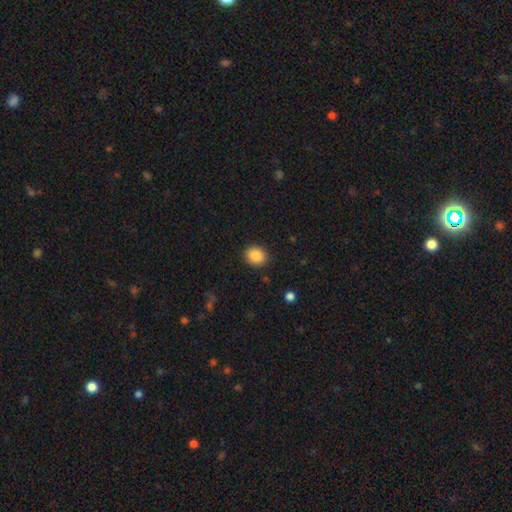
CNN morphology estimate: Q: Smooth or featured?
A: smooth (87%); runner-up: star or artifact (9%)
Q: How rounded?
A: round (62%); runner-up: in between (37%)
Q: Merging?
A: none (89%); runner-up: minor disturbance (8%)